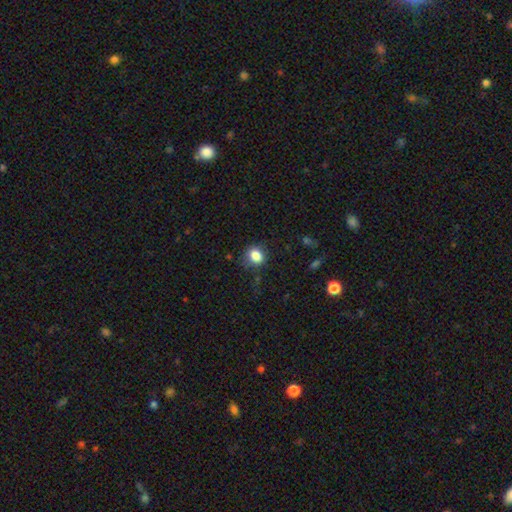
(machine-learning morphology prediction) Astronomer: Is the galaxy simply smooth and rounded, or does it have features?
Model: smooth — 84%.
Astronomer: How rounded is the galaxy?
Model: round — 61% (runner-up: in between, 38%).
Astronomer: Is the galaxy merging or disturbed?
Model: none — 76%.